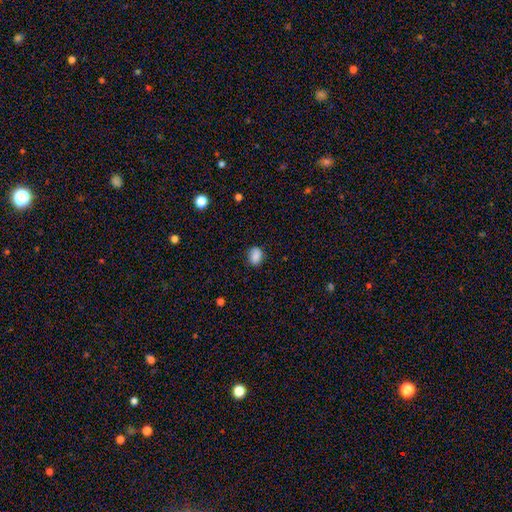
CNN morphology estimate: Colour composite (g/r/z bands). It shows a smooth galaxy with no disk features (87%) that is in between round and cigar-shaped (67%). Merging: none (82%).